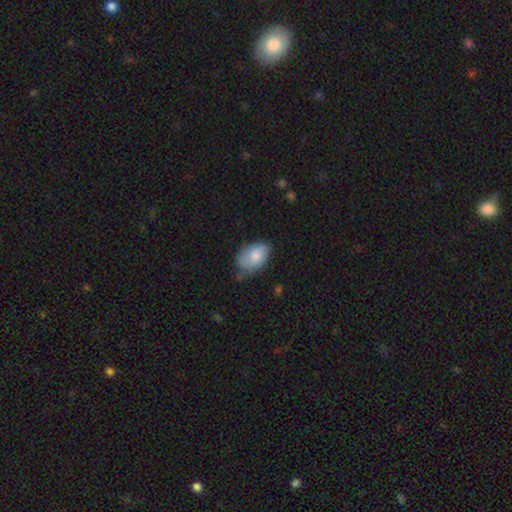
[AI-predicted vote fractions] Smooth or featured? Predicted: smooth (p=0.73). How rounded? Predicted: in between (p=0.89). Merging? Predicted: none (p=0.51).